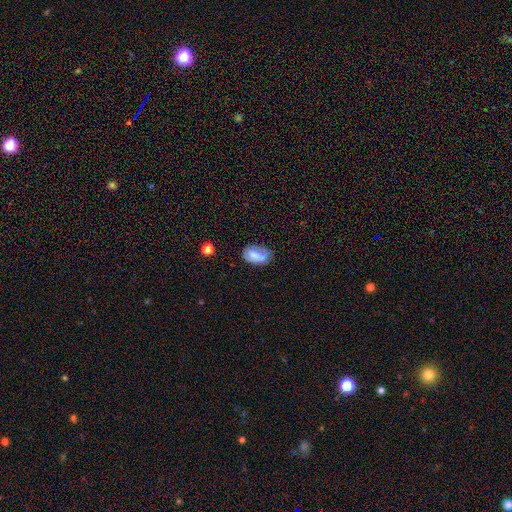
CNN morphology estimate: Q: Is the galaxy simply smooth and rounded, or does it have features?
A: smooth — 67%.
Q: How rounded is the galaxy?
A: in between — 88%.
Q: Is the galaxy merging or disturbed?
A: none — 51%.